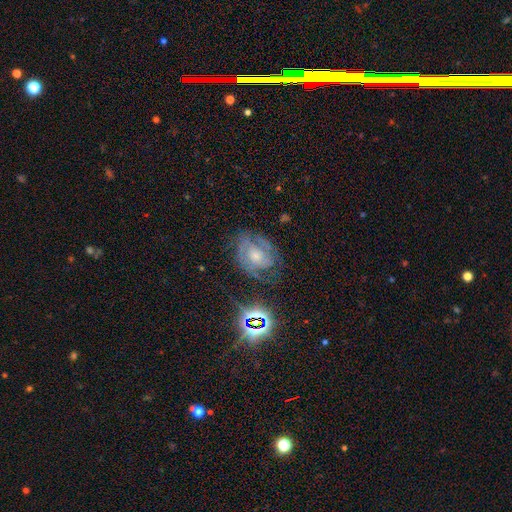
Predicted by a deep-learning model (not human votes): smooth-or-featured: featured or disk: 68% | smooth: 19% | star or artifact: 14%
  disk-edge-on: no: 97% | yes: 3%
    bar: no: 72% | weak: 23% | strong: 5%
    has-spiral-arms: yes: 84% | no: 16%
      spiral-winding: tight: 53% | medium: 37% | loose: 10%
      spiral-arm-count: can't tell: 36% (tied) | 2: 36% (tied) | 3: 15% | 1: 6% | 4: 4% | more than 4: 3%
    bulge-size: moderate: 45% | small: 40% | none: 7% | large: 7% | dominant: 2%
  merging: none: 61% | minor disturbance: 23% | major disturbance: 14% | merger: 3%